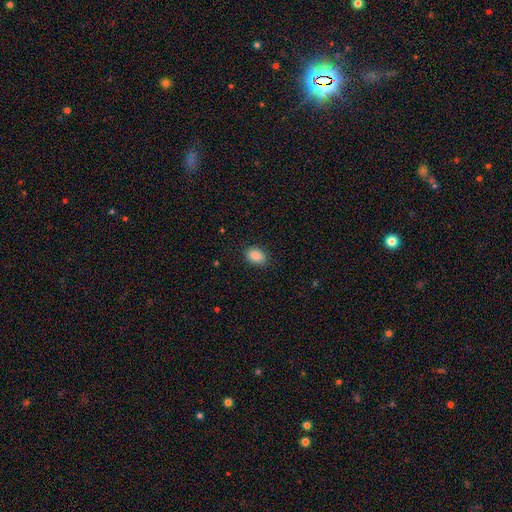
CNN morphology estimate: A smooth galaxy with no disk features (89%) that is in between round and cigar-shaped (78%).

Vote fractions:
- Smooth or featured? smooth: 89% / star or artifact: 8% / featured or disk: 3%
- How rounded? in between: 78% / round: 21% / cigar-shaped: 1%
- Merging? none: 87% / minor disturbance: 10% / major disturbance: 3% / merger: 1%